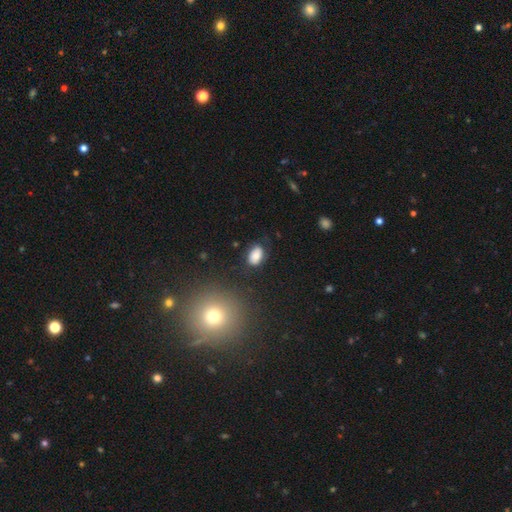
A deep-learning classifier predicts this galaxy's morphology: smooth 80%, featured or disk 11%, star or artifact 9%. Down the decision tree: how rounded — in between (88%); merging — none (74%).